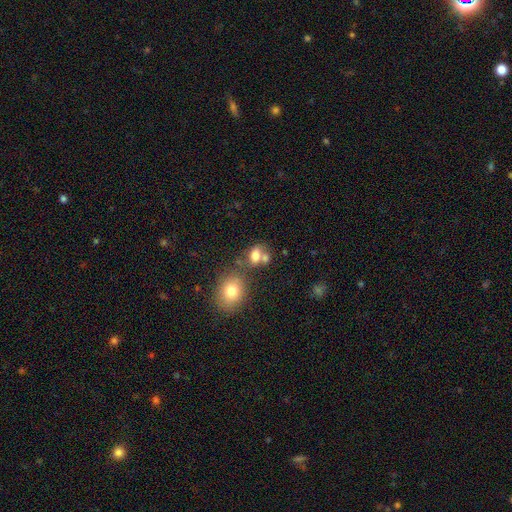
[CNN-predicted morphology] Overall: smooth (75%). How rounded: in between (69%). Merging: none (40%; merger 38%).